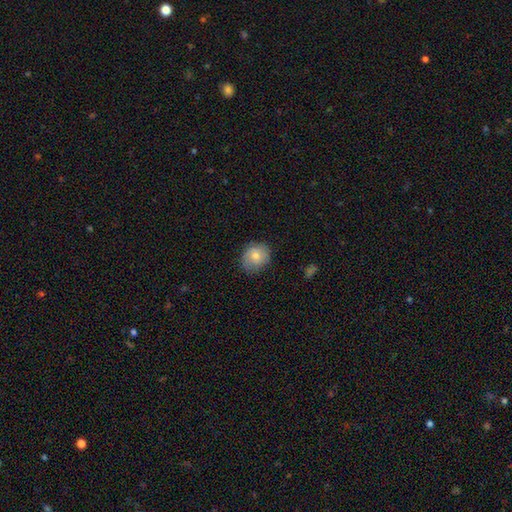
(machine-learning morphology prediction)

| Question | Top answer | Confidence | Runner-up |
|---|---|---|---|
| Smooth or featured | smooth | 71% | featured or disk (21%) |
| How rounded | round | 67% | in between (32%) |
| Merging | none | 74% | minor disturbance (20%) |